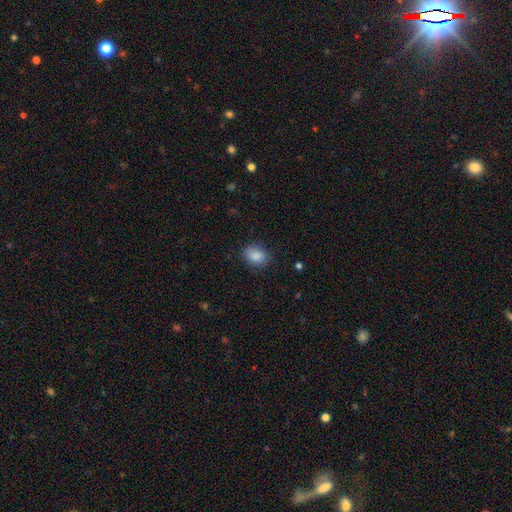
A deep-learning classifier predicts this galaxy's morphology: Q: Smooth or featured?
A: smooth (87%); runner-up: star or artifact (8%)
Q: How rounded?
A: in between (70%); runner-up: round (28%)
Q: Merging?
A: none (81%); runner-up: minor disturbance (14%)